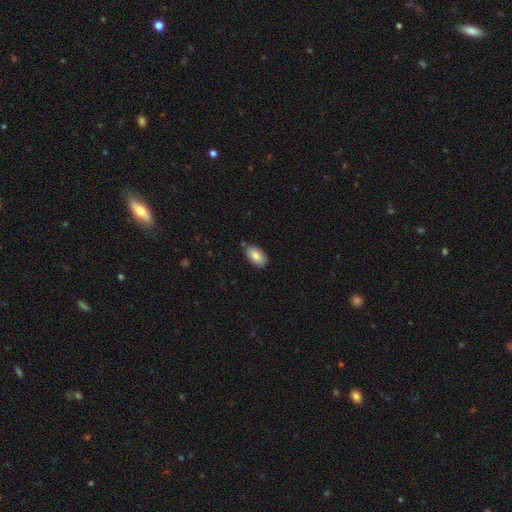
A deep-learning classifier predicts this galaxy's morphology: Smooth or featured? smooth (83%)
How rounded? in between (94%)
Merging? none (80%)